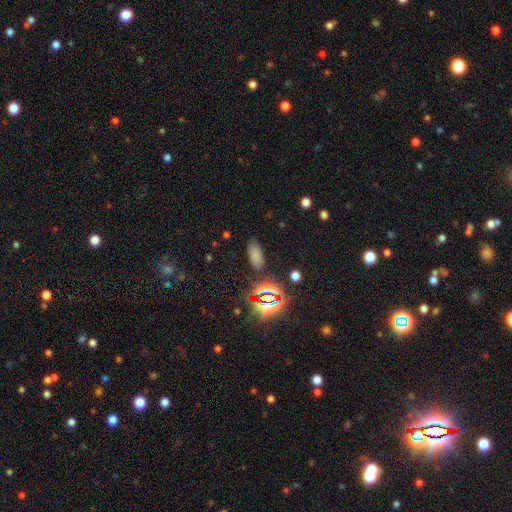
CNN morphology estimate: Overall: smooth (67%). How rounded: in between (87%). Merging: none (81%).